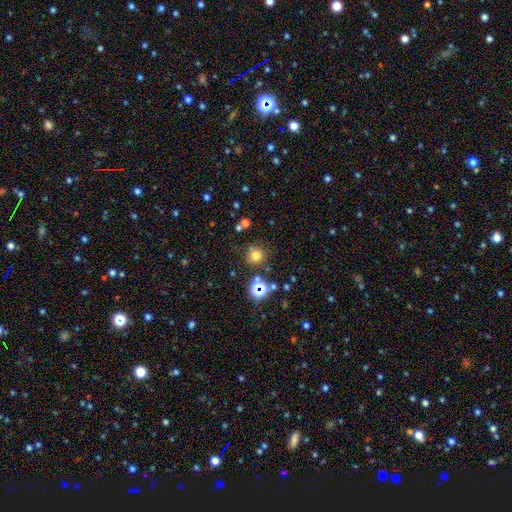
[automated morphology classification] Q: Smooth or featured?
A: smooth (70%); runner-up: star or artifact (22%)
Q: How rounded?
A: round (91%); runner-up: in between (8%)
Q: Merging?
A: none (78%); runner-up: minor disturbance (11%)